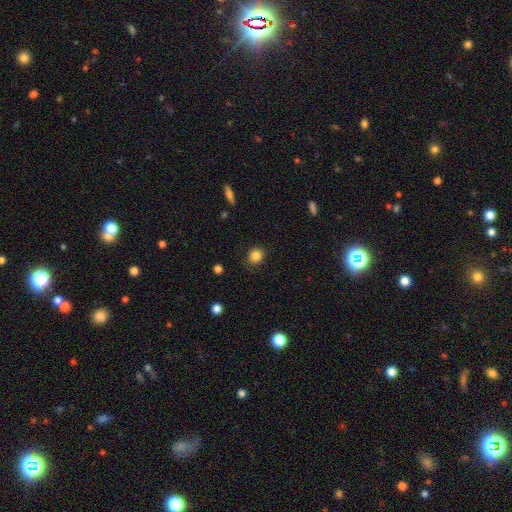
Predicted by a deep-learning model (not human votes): The model was most divided on "how rounded": round: 75%, in between: 24%, cigar-shaped: 1%. More confident: merging — none (87%); smooth or featured — smooth (85%).